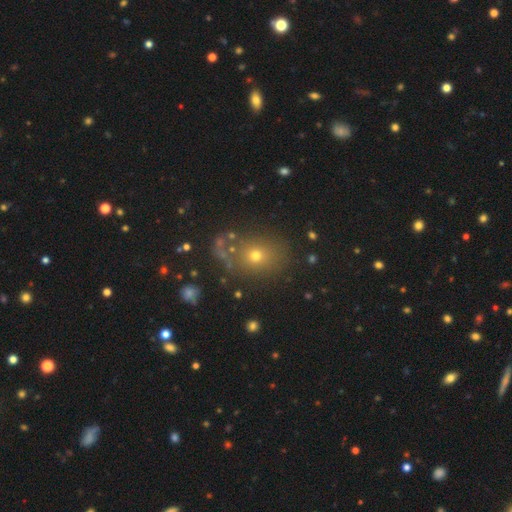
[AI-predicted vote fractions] smooth-or-featured: smooth: 65% | star or artifact: 22% | featured or disk: 14%
  how-rounded: round: 58% | in between: 40% | cigar-shaped: 1%
  merging: none: 74% | minor disturbance: 13% | major disturbance: 8% | merger: 6%